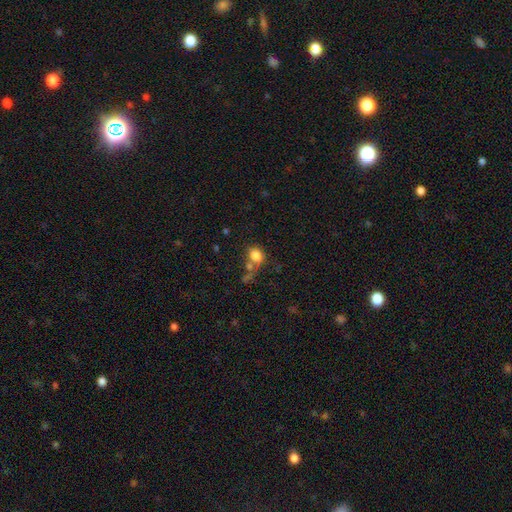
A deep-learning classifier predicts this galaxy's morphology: This appears to be a smooth galaxy with no disk features (80%) that is round (55%). Merging: none (46%).